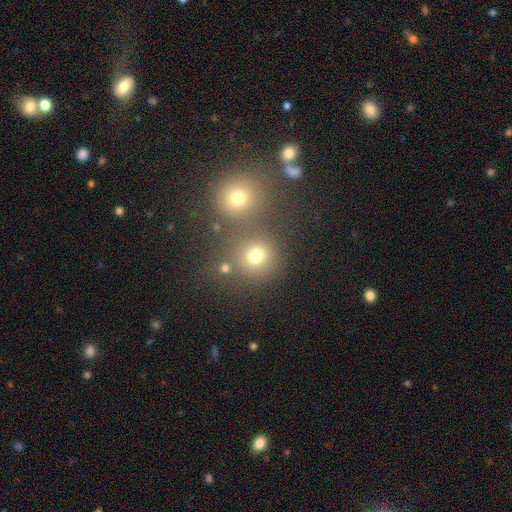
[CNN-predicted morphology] Smooth or featured? Predicted: smooth (p=0.74). How rounded? Predicted: round (p=0.87). Merging? Predicted: none (p=0.63).